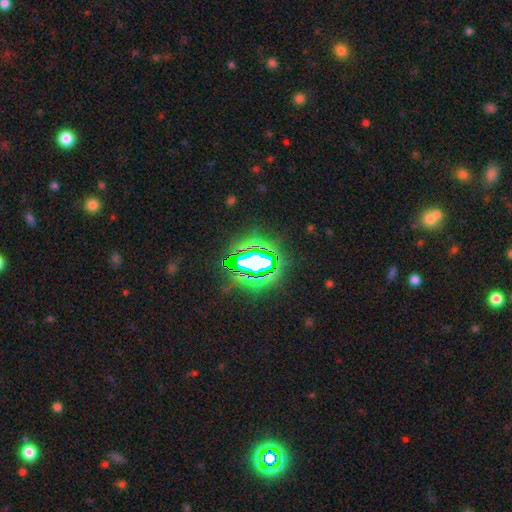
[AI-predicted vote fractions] The model was most divided on "smooth or featured": star or artifact: 73%, smooth: 14%, featured or disk: 13%.